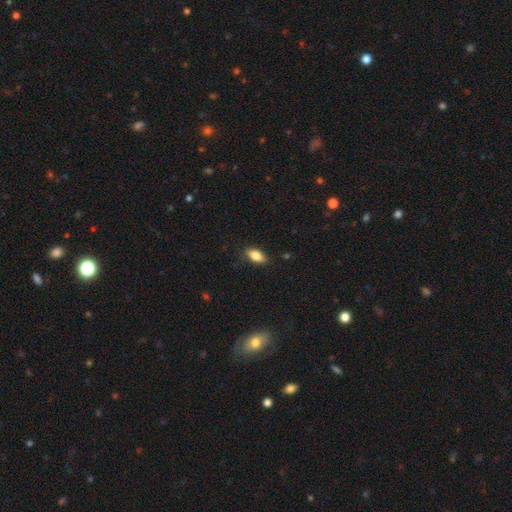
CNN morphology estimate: This appears to be a smooth galaxy with no disk features (81%) that is in between round and cigar-shaped (87%). Merging: none (84%).